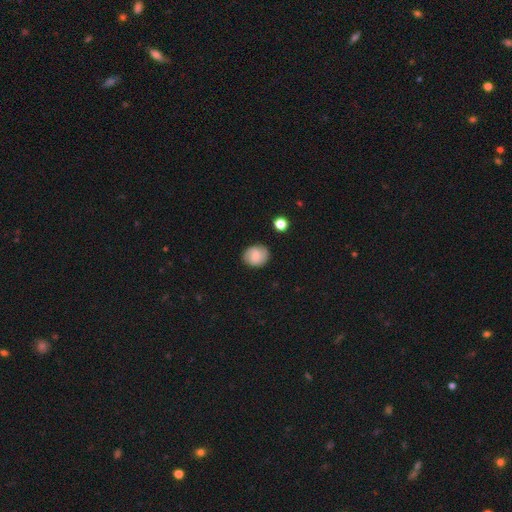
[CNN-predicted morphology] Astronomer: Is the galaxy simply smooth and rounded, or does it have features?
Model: smooth — 64%.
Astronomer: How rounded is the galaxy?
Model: round — 70%.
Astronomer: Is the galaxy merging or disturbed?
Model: none — 82%.